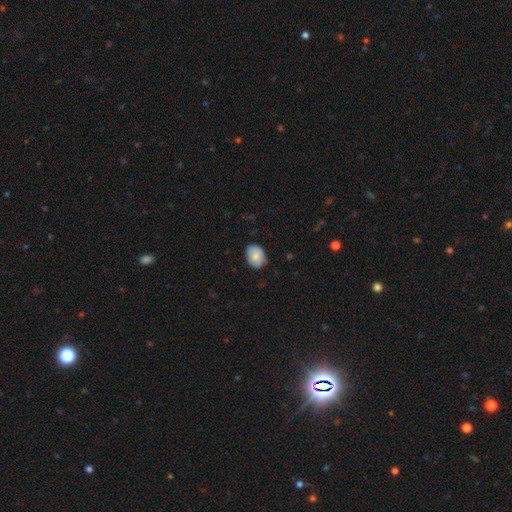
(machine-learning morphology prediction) smooth-or-featured: smooth: 80% | featured or disk: 13% | star or artifact: 7%
  how-rounded: in between: 63% | round: 36% | cigar-shaped: 1%
  merging: none: 77% | minor disturbance: 19% | major disturbance: 3% | merger: 1%